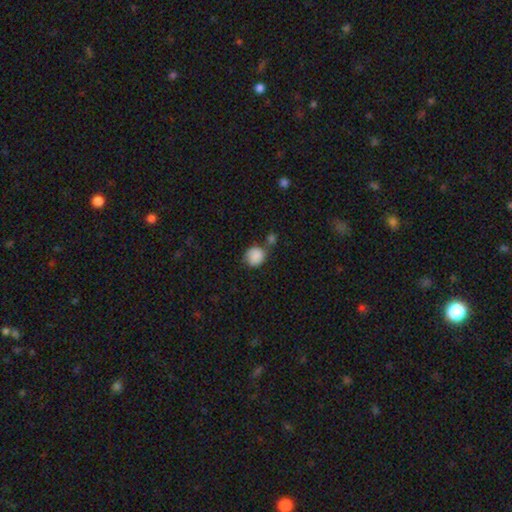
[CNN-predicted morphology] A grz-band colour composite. It shows a smooth galaxy with no disk features (86%) that is round (78%). Merging: none (51%).